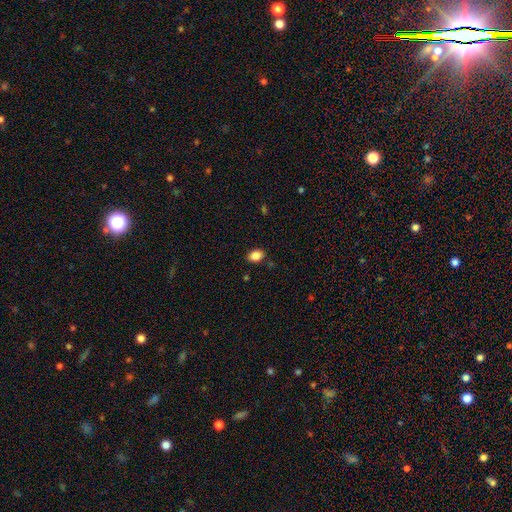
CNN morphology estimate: Smooth or featured? Predicted: smooth (p=0.87). How rounded? Predicted: in between (p=0.78). Merging? Predicted: none (p=0.86).